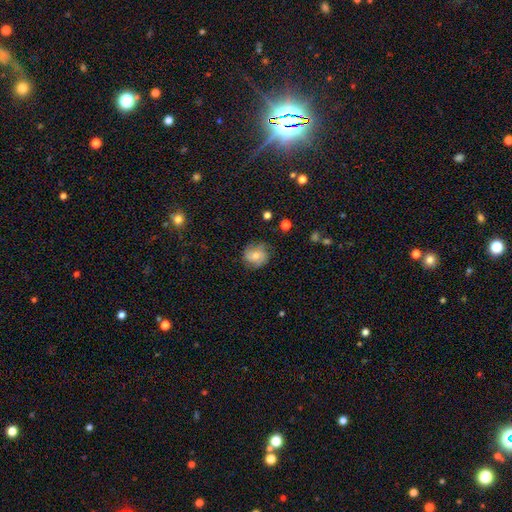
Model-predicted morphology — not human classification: smooth-or-featured: smooth: 47% | featured or disk: 44% | star or artifact: 9%
  merging: none: 71% | minor disturbance: 20% | major disturbance: 7% | merger: 1%